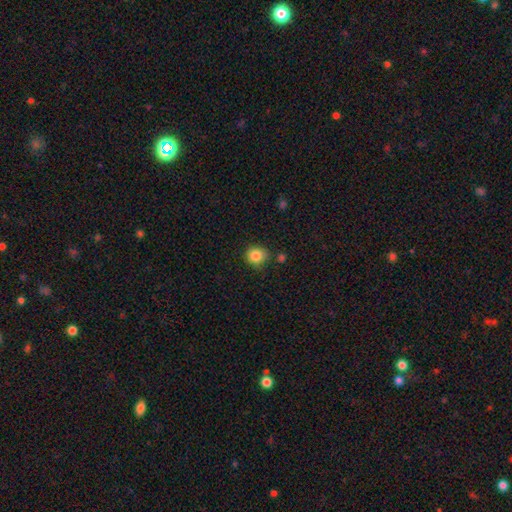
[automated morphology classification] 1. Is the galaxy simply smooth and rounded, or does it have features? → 84% smooth, 10% star or artifact, 5% featured or disk.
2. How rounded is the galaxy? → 84% round, 15% in between, 1% cigar-shaped.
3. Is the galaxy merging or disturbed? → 78% none, 14% minor disturbance, 4% merger, 3% major disturbance.